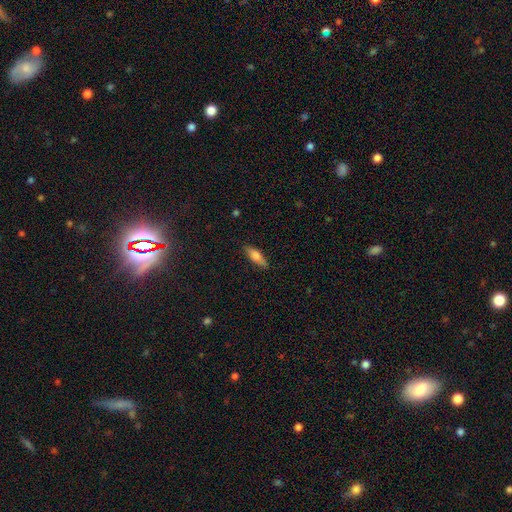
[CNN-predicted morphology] This is likely a smooth galaxy (62%). How rounded: possibly in between (51%). Merging: clearly none (85%).